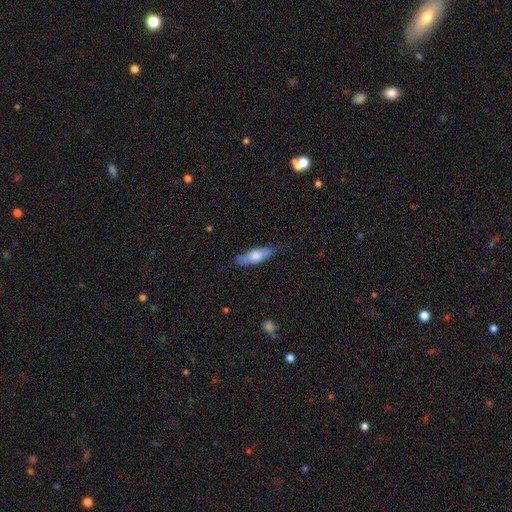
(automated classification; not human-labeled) The model was most divided on "how rounded": cigar-shaped: 57%, in between: 40%, round: 2%. More confident: merging — none (80%); smooth or featured — smooth (63%).